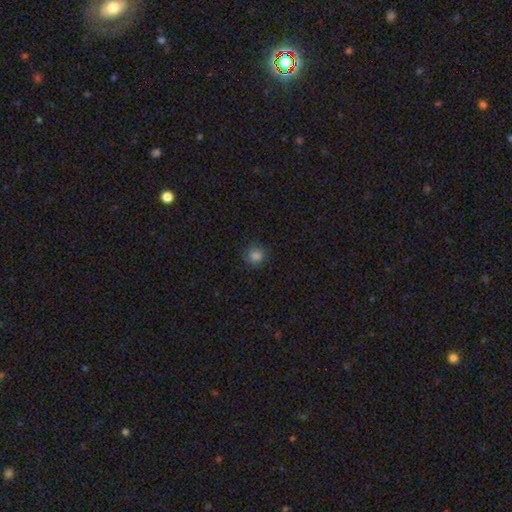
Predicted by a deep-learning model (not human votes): Q: Smooth or featured?
A: smooth (79%); runner-up: star or artifact (13%)
Q: How rounded?
A: round (89%); runner-up: in between (10%)
Q: Merging?
A: none (80%); runner-up: minor disturbance (15%)